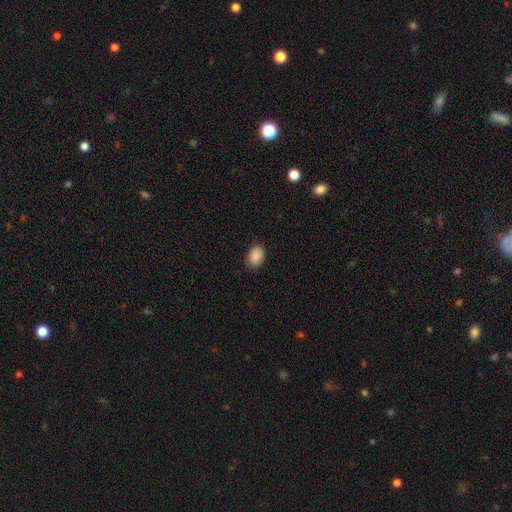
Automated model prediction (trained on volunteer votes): Smooth or featured? Predicted: smooth (p=0.90). How rounded? Predicted: in between (p=0.78). Merging? Predicted: none (p=0.84).